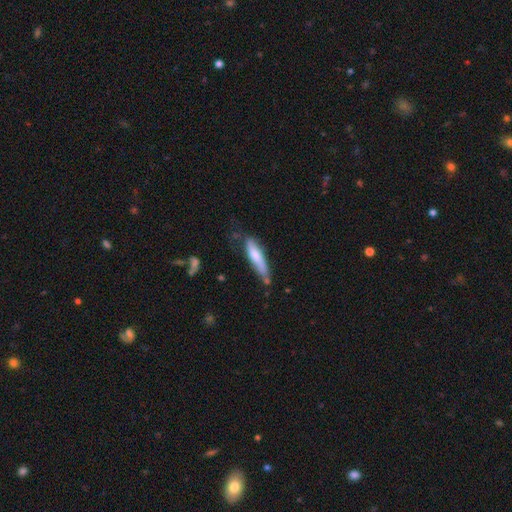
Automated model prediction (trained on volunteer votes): Overall: smooth (69%). How rounded: cigar-shaped (78%). Merging: none (51%; minor disturbance 32%).